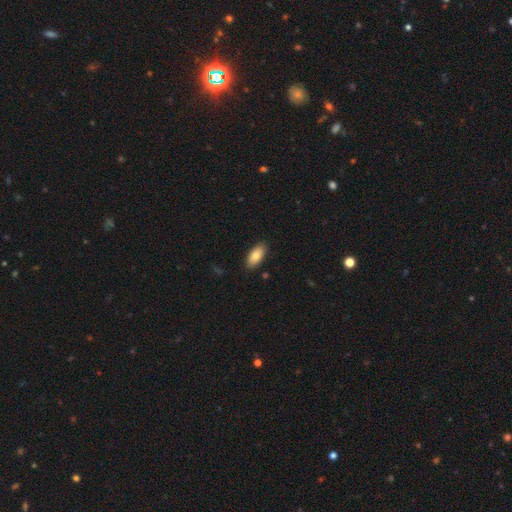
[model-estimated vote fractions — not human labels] Smooth or featured? Predicted: smooth (p=0.82). How rounded? Predicted: in between (p=0.90). Merging? Predicted: none (p=0.87).